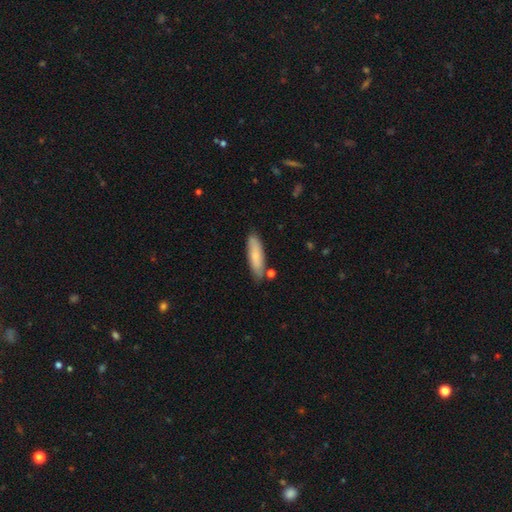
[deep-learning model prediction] Smooth or featured: smooth — 76% (featured or disk — 19%)
How rounded: cigar-shaped — 61% (in between — 37%)
Merging: none — 78% (minor disturbance — 15%)